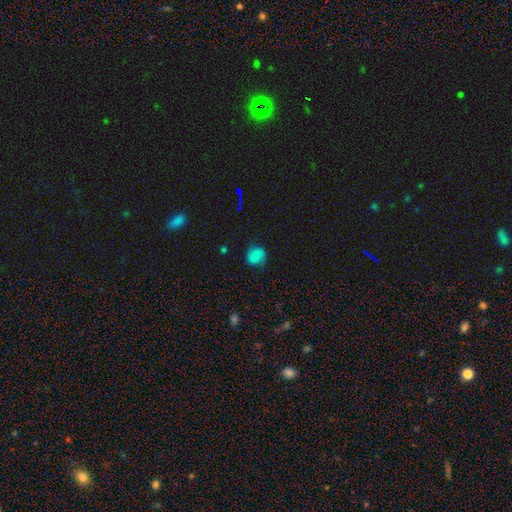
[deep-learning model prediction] Q: Smooth or featured?
A: smooth (79%); runner-up: star or artifact (14%)
Q: How rounded?
A: round (68%); runner-up: in between (31%)
Q: Merging?
A: none (75%); runner-up: minor disturbance (19%)